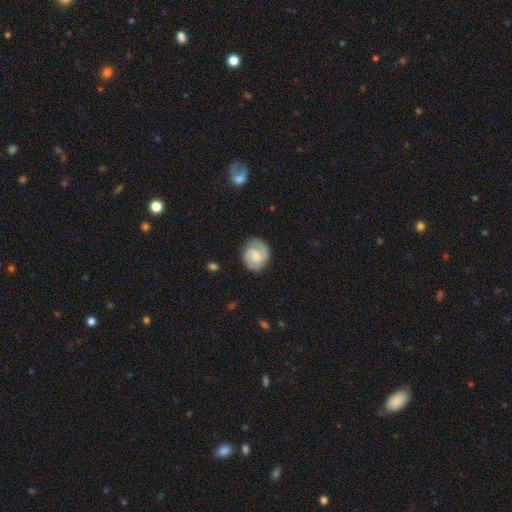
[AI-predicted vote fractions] Smooth or featured: featured or disk — 65% (smooth — 29%)
Edge-on disk: no — 98% (yes — 2%)
Bar: no — 51% (weak — 42%)
Spiral arms: yes — 94% (no — 6%)
Spiral winding: tight — 44% (medium — 42%)
Spiral arm count: 2 — 72% (1 — 14%)
Bulge size: small — 36% (moderate — 29%)
Merging: none — 74% (minor disturbance — 18%)